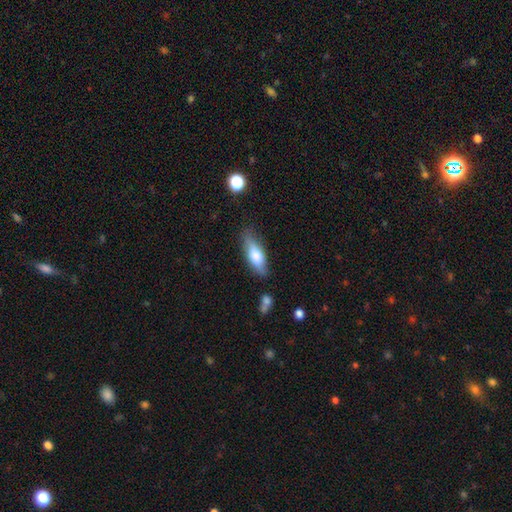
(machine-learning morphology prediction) Smooth or featured: smooth — 64% (featured or disk — 29%)
How rounded: in between — 56% (cigar-shaped — 42%)
Merging: none — 76% (minor disturbance — 17%)